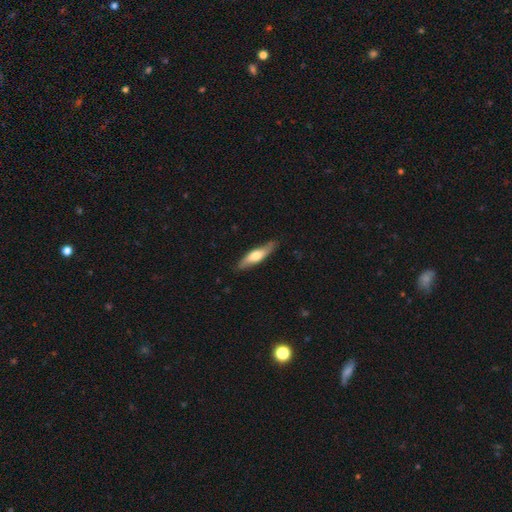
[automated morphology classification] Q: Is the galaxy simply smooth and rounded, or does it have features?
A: smooth — 54%.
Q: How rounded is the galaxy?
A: cigar-shaped — 70%.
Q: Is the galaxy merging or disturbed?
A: none — 81%.